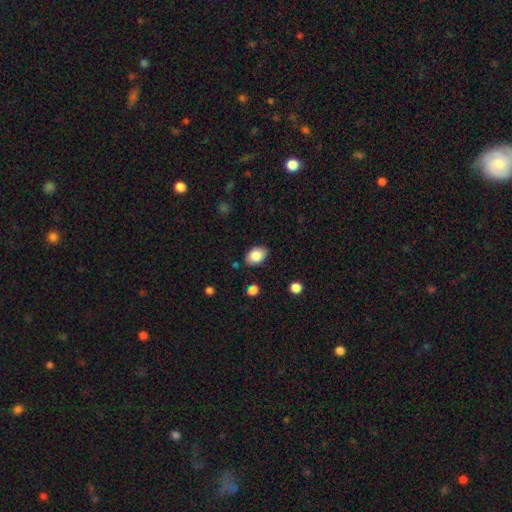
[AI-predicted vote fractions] Overall: smooth (84%). How rounded: in between (85%). Merging: none (83%).